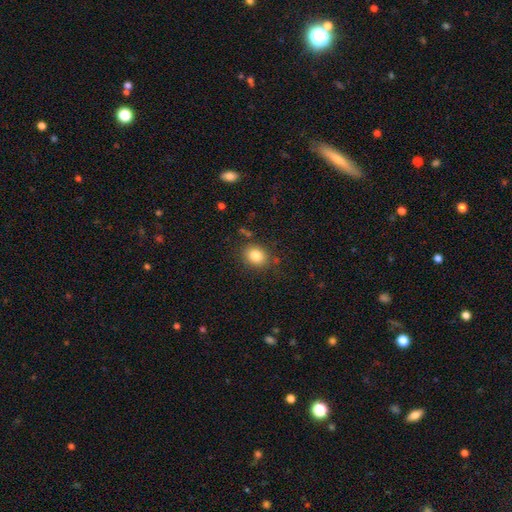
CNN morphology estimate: Smooth or featured? Predicted: smooth (p=0.83). How rounded? Predicted: round (p=0.56). Merging? Predicted: none (p=0.83).